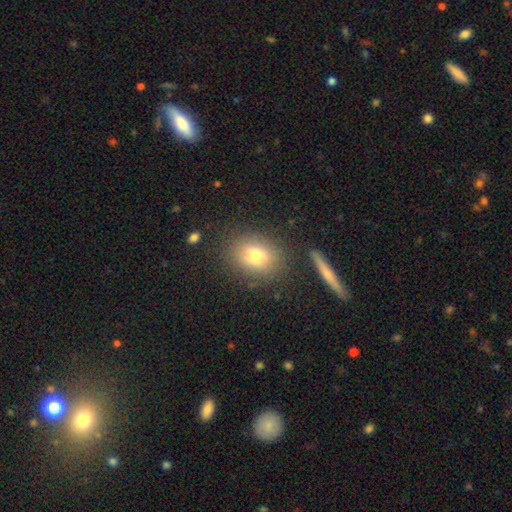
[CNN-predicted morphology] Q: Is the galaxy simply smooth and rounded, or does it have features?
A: smooth — 75%.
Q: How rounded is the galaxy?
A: in between — 54%.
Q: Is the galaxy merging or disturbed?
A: none — 80%.